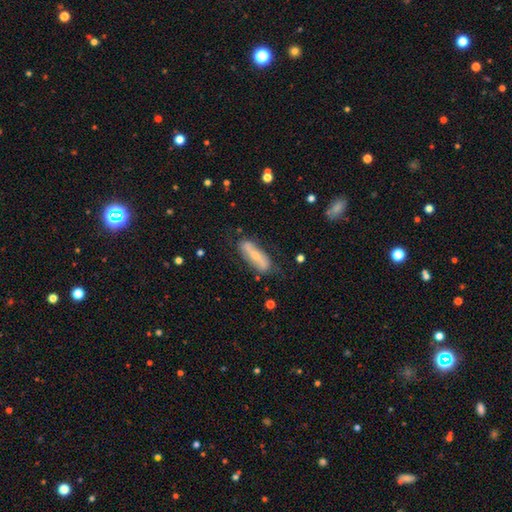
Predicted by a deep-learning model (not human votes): Overall: featured or disk (52%; smooth 41%). Edge-on disk: no (67%; yes 33%). Merging: none (72%).